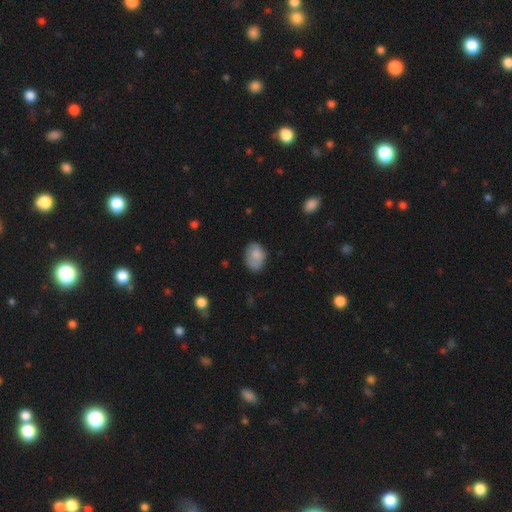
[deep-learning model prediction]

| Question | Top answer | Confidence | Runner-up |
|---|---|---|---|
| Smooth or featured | smooth | 81% | featured or disk (11%) |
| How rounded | in between | 76% | round (23%) |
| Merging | none | 65% | minor disturbance (26%) |